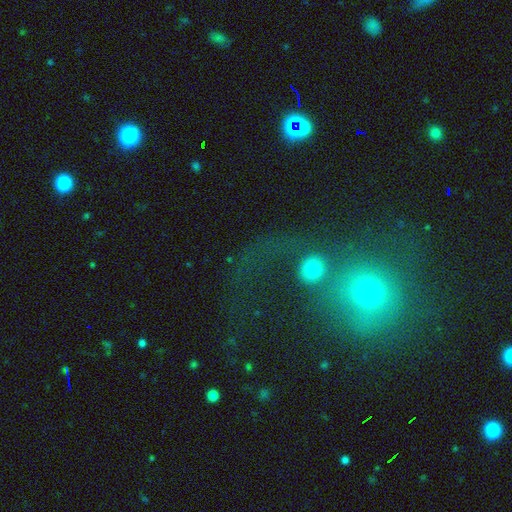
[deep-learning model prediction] A smooth galaxy with no disk features (45%). Merging: merger (55%).